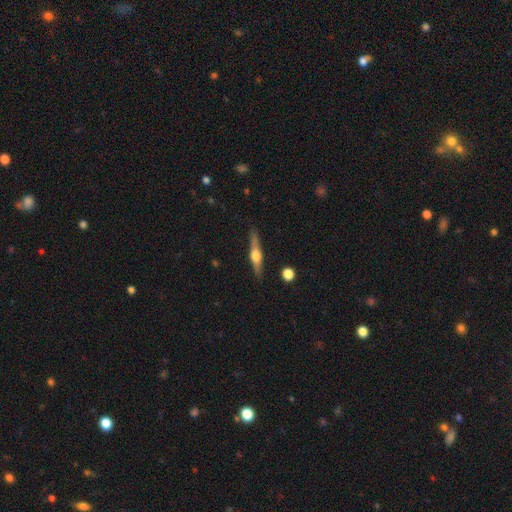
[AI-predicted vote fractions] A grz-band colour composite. It shows a featured or disk galaxy (68%) viewed edge-on (97%) with a rounded central bulge (93%). Merging: none (87%).